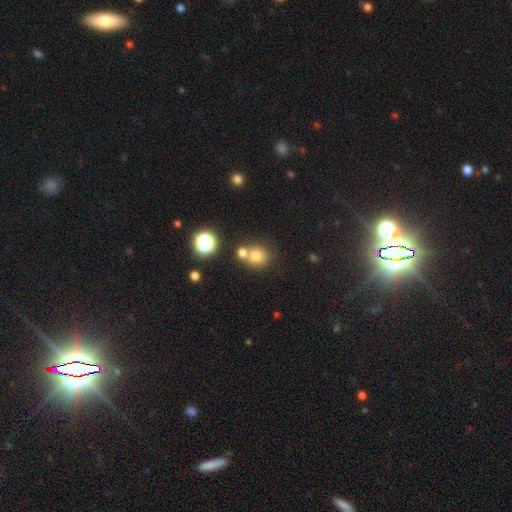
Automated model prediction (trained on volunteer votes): smooth-or-featured: smooth: 77% | star or artifact: 15% | featured or disk: 8%
  how-rounded: round: 85% | in between: 14% | cigar-shaped: 1%
  merging: none: 58% | merger: 29% | minor disturbance: 10% | major disturbance: 4%